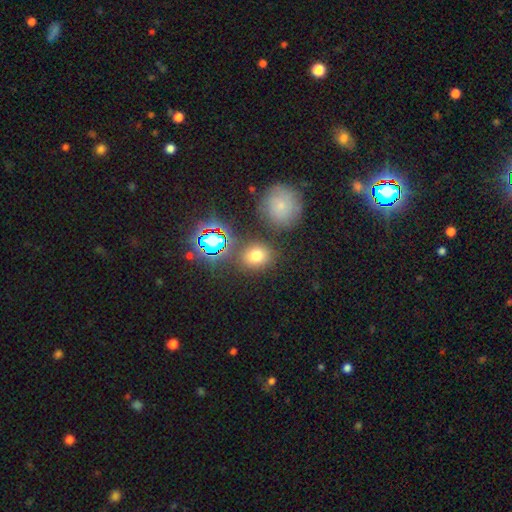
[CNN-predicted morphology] This appears to be a smooth galaxy with no disk features (68%) that is round (60%). Merging: none (77%).